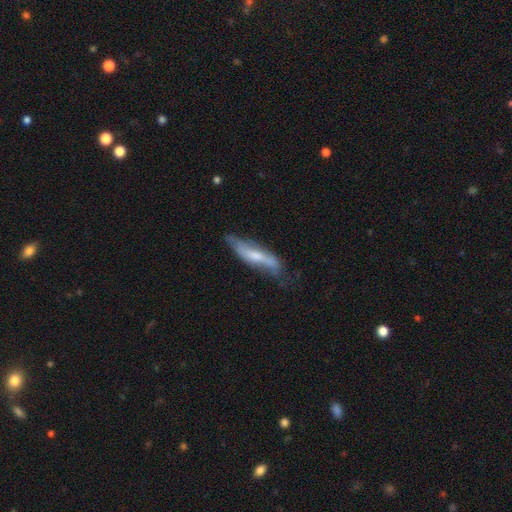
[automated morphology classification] Smooth or featured? Predicted: featured or disk (p=0.52). Edge-on disk? Predicted: yes (p=0.52). Merging? Predicted: none (p=0.50).